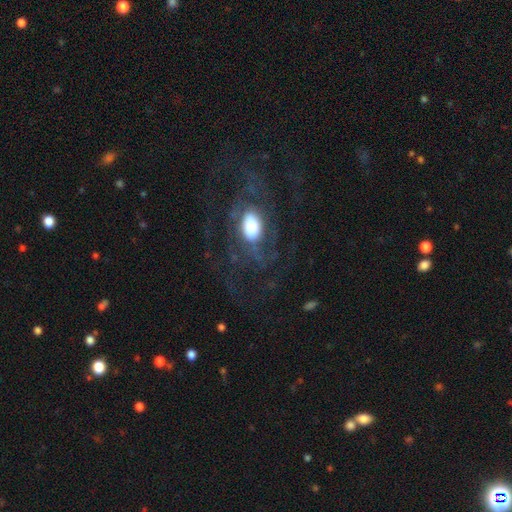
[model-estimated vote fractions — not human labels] A featured or disk galaxy (66%) with no bar (64%), spiral arms (70%) and a large central bulge (41%, tied with moderate). Merging: none (67%).